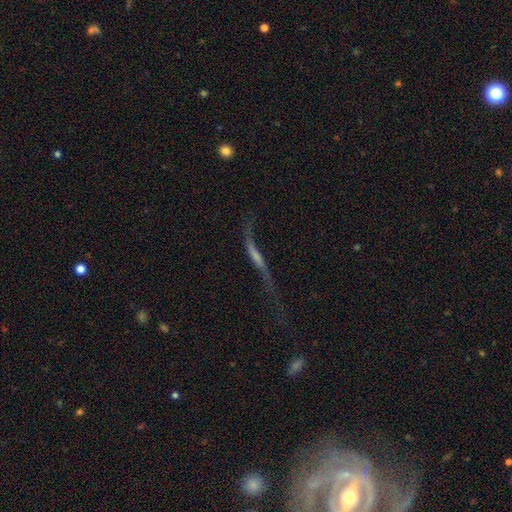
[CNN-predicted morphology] Q: Smooth or featured?
A: featured or disk (65%); runner-up: smooth (24%)
Q: Edge-on disk?
A: yes (51%); runner-up: no (49%)
Q: Merging?
A: major disturbance (40%); runner-up: none (35%)